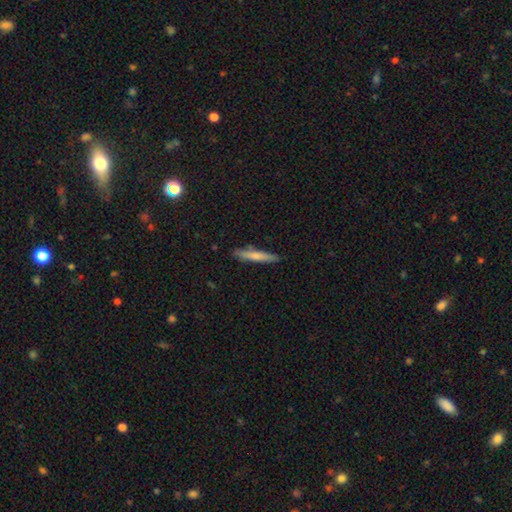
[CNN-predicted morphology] Smooth or featured? Predicted: smooth (p=0.70). How rounded? Predicted: cigar-shaped (p=0.93). Merging? Predicted: none (p=0.86).